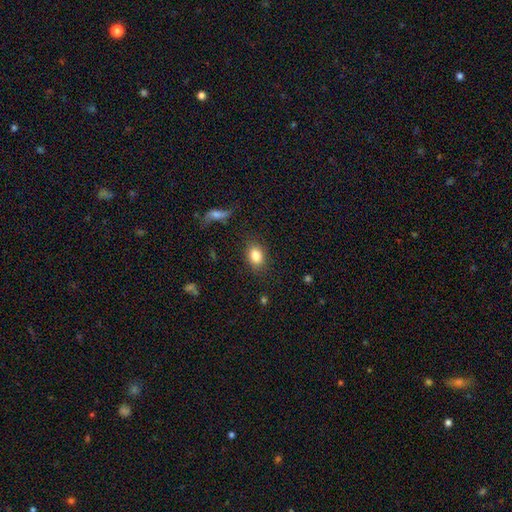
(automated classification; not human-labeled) Overall: smooth (84%). How rounded: in between (73%). Merging: none (84%).